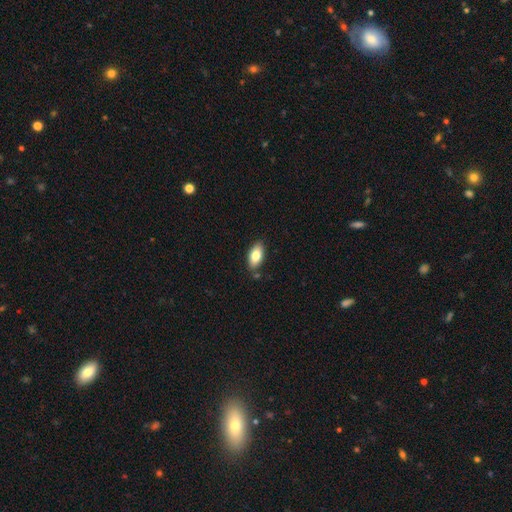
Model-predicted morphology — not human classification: smooth-or-featured: smooth: 80% | featured or disk: 13% | star or artifact: 7%
  how-rounded: in between: 91% | cigar-shaped: 5% | round: 3%
  merging: none: 81% | minor disturbance: 13% | merger: 4% | major disturbance: 2%